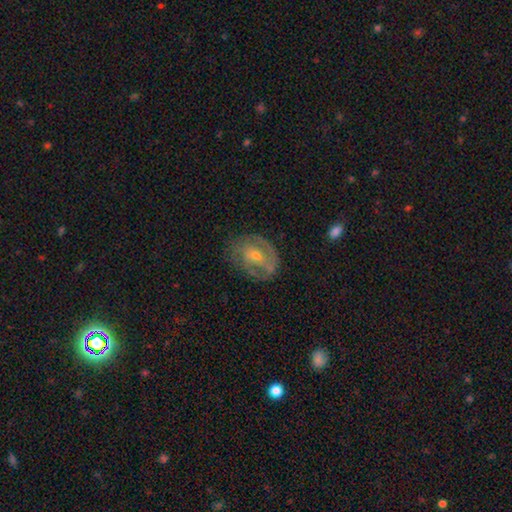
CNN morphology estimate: Overall: featured or disk (71%). Edge-on disk: no (96%). Bar: no (43%; weak 40%). Spiral arms: yes (76%). Spiral arm count: 2 (50%; can't tell 28%). Spiral winding: tight (45%; medium 39%). Bulge size: small (53%; moderate 43%). Merging: none (65%).